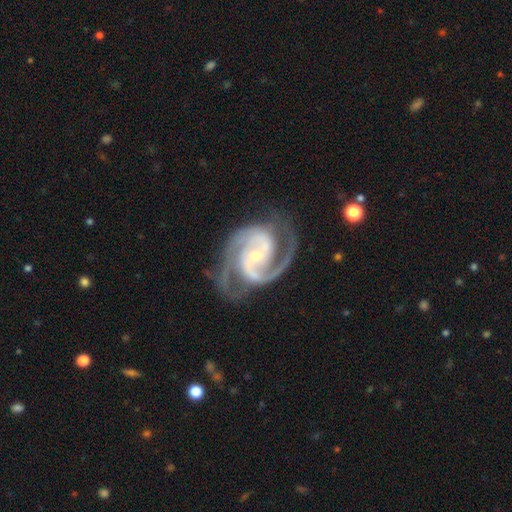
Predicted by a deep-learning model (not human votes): The model was most divided on "bar": no: 39%, weak: 36%, strong: 24%. More confident: spiral arms — yes (99%); edge-on disk — no (98%); smooth or featured — featured or disk (93%); spiral arm count — 2 (75%); merging — none (70%); bulge size — small (62%); spiral winding — medium (55%).